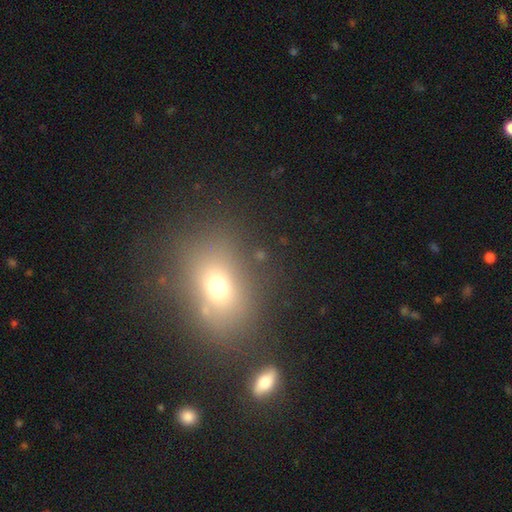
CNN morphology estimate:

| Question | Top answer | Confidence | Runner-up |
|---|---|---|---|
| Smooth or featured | smooth | 60% | star or artifact (25%) |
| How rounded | in between | 55% | round (43%) |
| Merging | none | 74% | minor disturbance (12%) |